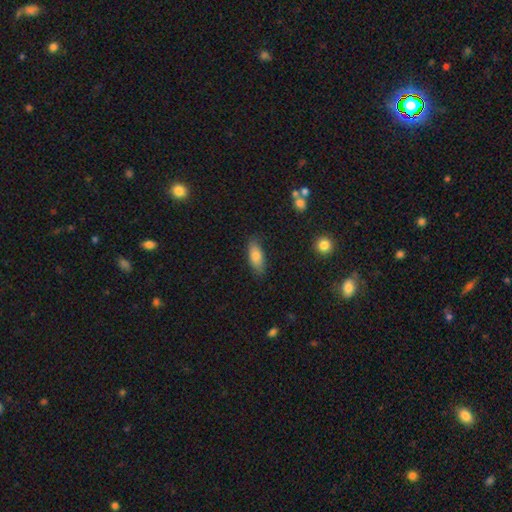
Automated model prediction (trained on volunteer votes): A smooth galaxy with no disk features (81%) that is in between round and cigar-shaped (81%).

Vote fractions:
- Smooth or featured? smooth: 81% / featured or disk: 12% / star or artifact: 7%
- How rounded? in between: 81% / cigar-shaped: 16% / round: 3%
- Merging? none: 80% / minor disturbance: 15% / major disturbance: 3% / merger: 2%